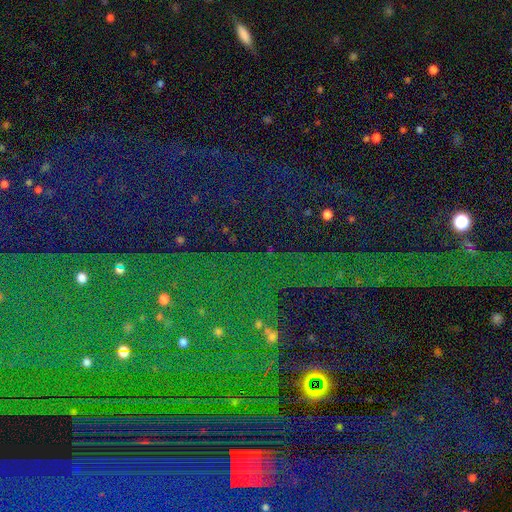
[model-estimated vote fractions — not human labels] Smooth or featured? star or artifact (85%)